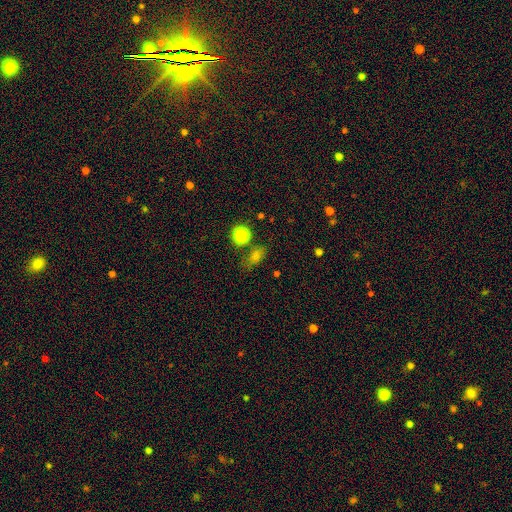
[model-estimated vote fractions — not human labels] Q: Smooth or featured?
A: smooth (60%); runner-up: star or artifact (29%)
Q: How rounded?
A: in between (60%); runner-up: round (34%)
Q: Merging?
A: none (69%); runner-up: minor disturbance (15%)